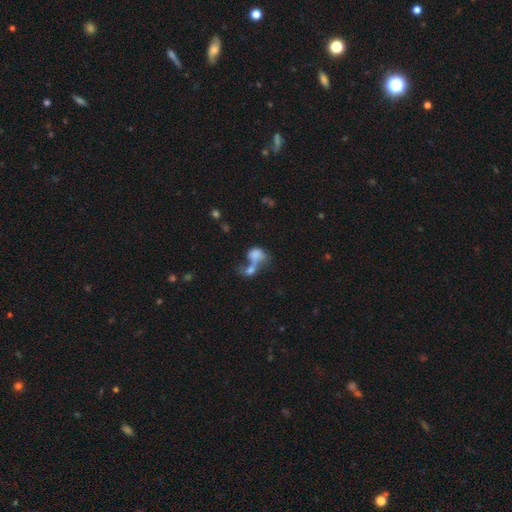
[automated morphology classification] smooth_or_featured: smooth (p=0.66) [alt: featured or disk p=0.23]
how_rounded: in between (p=0.68) [alt: round p=0.30]
merging: merger (p=0.65) [alt: major disturbance p=0.15]